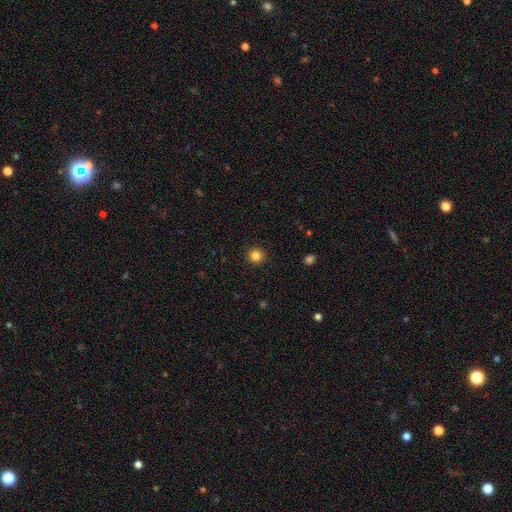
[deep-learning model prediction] Overall: smooth (84%). How rounded: round (94%). Merging: none (93%).